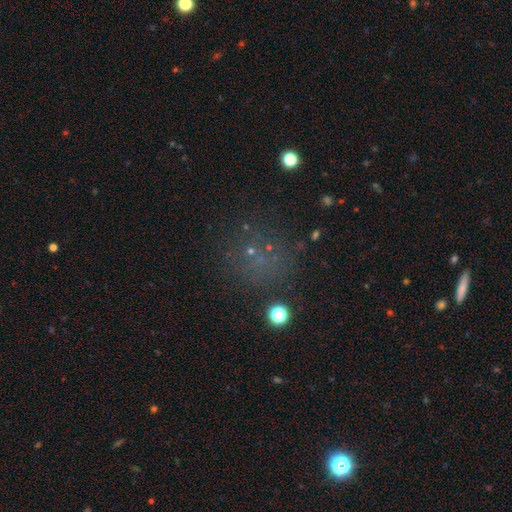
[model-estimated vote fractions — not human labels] Q: Smooth or featured?
A: smooth (44%); runner-up: star or artifact (43%)
Q: Merging?
A: none (74%); runner-up: minor disturbance (12%)